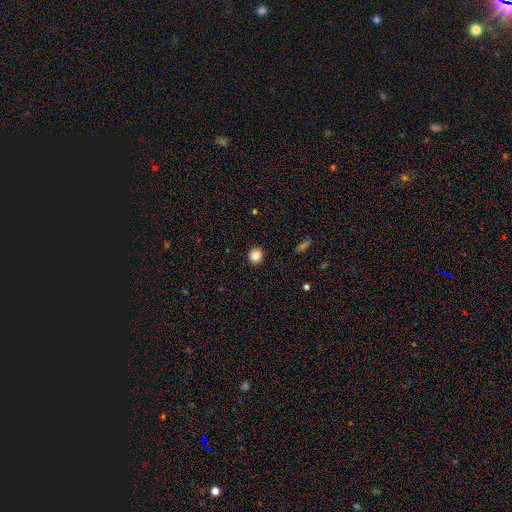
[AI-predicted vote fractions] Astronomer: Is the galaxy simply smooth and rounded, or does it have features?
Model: smooth — 86%.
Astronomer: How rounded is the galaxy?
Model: round — 83%.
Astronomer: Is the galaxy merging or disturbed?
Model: none — 89%.